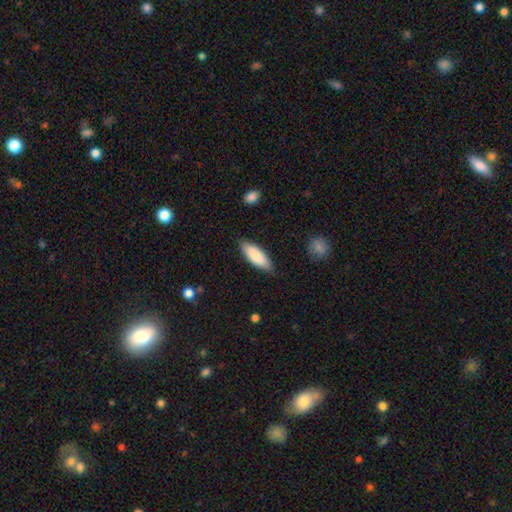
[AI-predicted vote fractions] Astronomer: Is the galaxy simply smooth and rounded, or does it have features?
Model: smooth — 86%.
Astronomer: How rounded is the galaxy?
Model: in between — 68%.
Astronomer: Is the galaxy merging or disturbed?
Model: none — 85%.